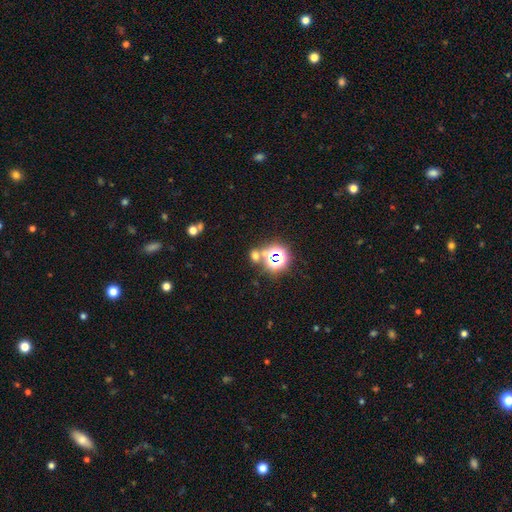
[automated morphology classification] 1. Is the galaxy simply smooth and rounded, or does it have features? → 46% star or artifact, 45% smooth, 9% featured or disk.